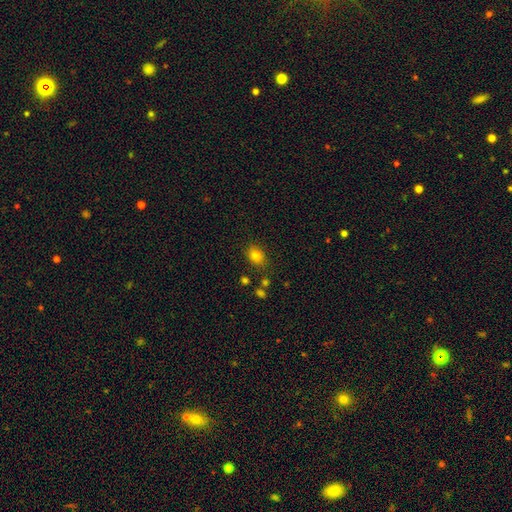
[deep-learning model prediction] Morphology: type=smooth (81%); roundness=in between (63%); merging=none (82%).